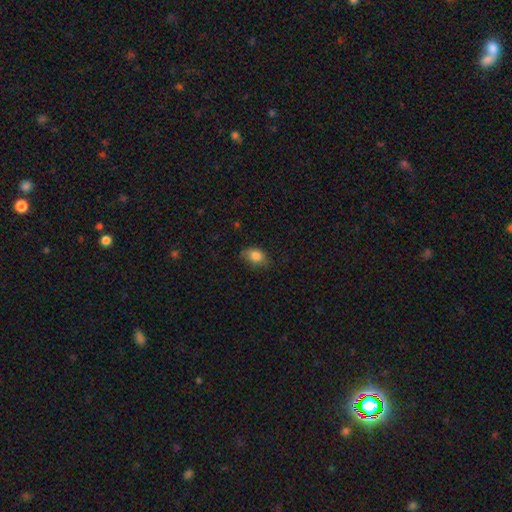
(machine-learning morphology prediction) A smooth galaxy with no disk features (84%) that is in between round and cigar-shaped (80%). Merging: none (67%).